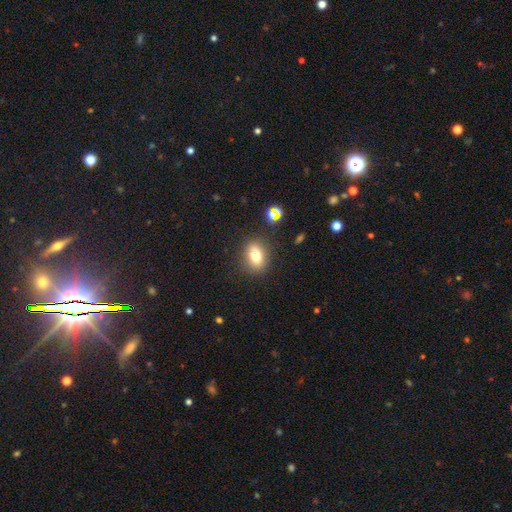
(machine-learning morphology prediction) Smooth or featured? smooth (74%)
How rounded? in between (71%)
Merging? none (85%)